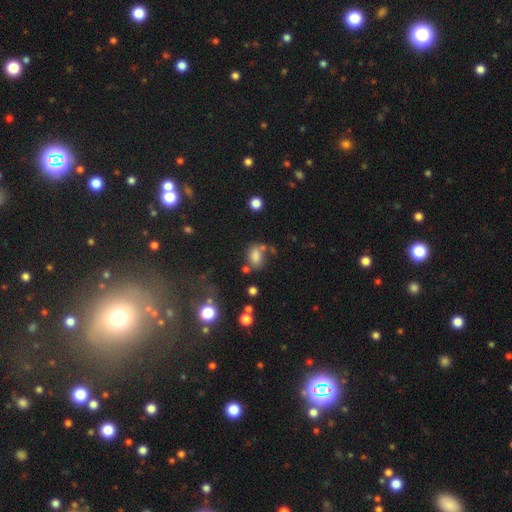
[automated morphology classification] A smooth galaxy with no disk features (78%) that is in between round and cigar-shaped (79%).

Vote fractions:
- Smooth or featured? smooth: 78% / star or artifact: 13% / featured or disk: 9%
- How rounded? in between: 79% / round: 19% / cigar-shaped: 2%
- Merging? none: 55% / minor disturbance: 19% / merger: 17% / major disturbance: 9%